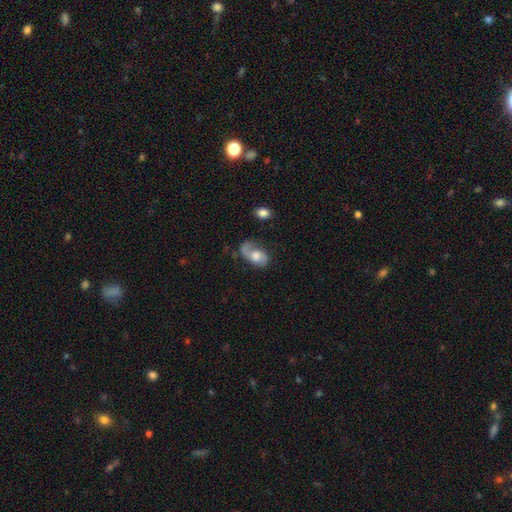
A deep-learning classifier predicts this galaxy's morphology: Overall: featured or disk (59%; smooth 34%). Edge-on disk: no (96%). Bar: no (66%; weak 29%). Spiral arms: yes (87%). Bulge size: moderate (51%; large 26%). Merging: none (50%; minor disturbance 25%).